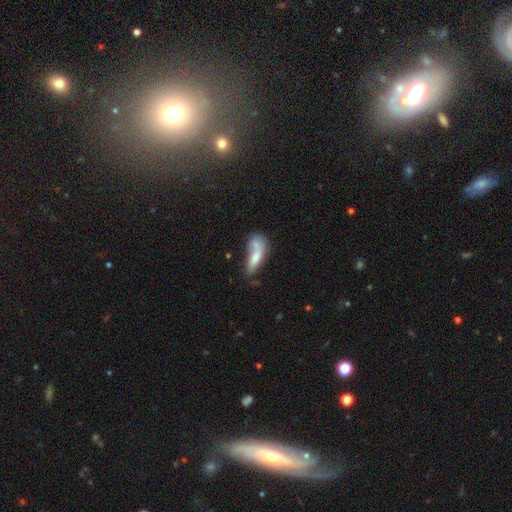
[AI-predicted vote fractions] This appears to be a smooth galaxy with no disk features (69%) that is in between round and cigar-shaped (60%). Merging: merger (41%).